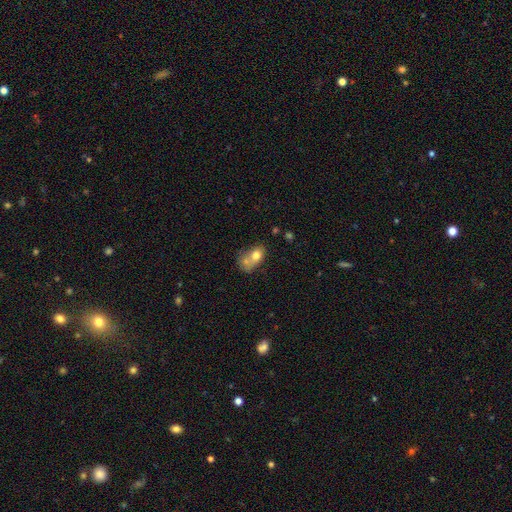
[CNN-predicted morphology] The model was most divided on "merging": merger: 58%, none: 21%, minor disturbance: 12%, major disturbance: 9%. More confident: smooth or featured — smooth (72%); how rounded — in between (69%).